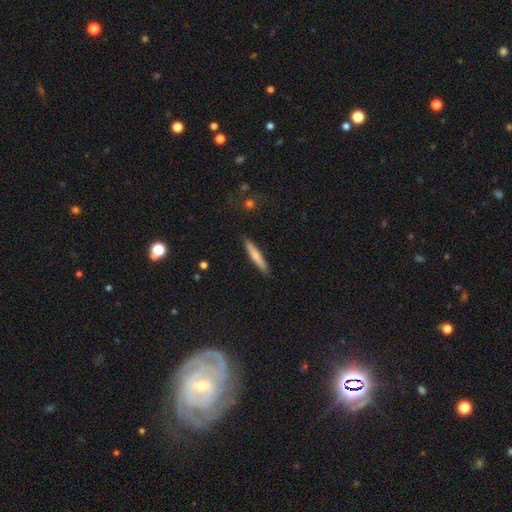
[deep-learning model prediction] Overall: smooth (70%). How rounded: cigar-shaped (93%). Merging: none (90%).